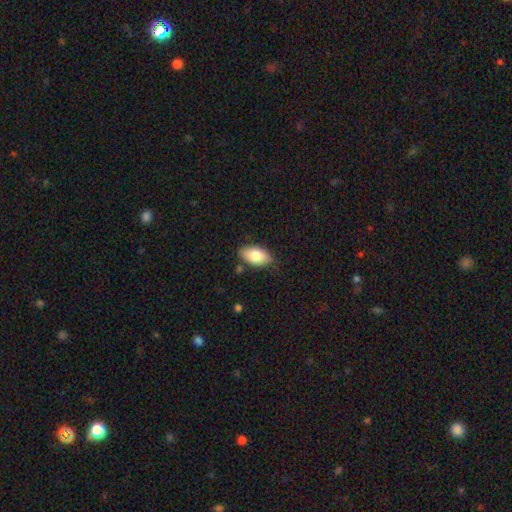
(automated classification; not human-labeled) Smooth or featured? smooth (80%)
How rounded? in between (93%)
Merging? none (80%)